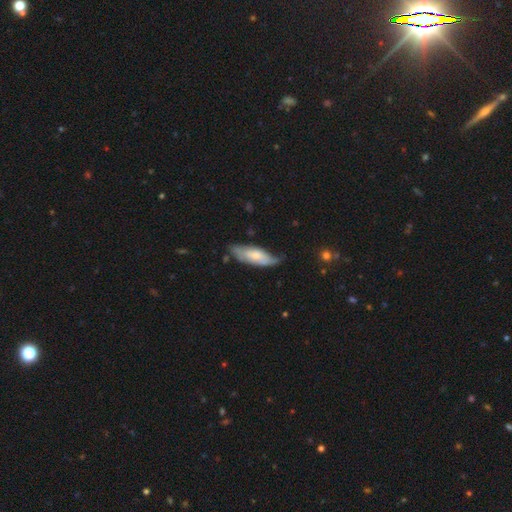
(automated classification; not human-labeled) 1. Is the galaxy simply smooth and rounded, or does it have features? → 56% smooth, 39% featured or disk, 5% star or artifact.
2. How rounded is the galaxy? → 63% in between, 36% cigar-shaped, 2% round.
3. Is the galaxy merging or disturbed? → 55% none, 33% minor disturbance, 9% major disturbance, 3% merger.